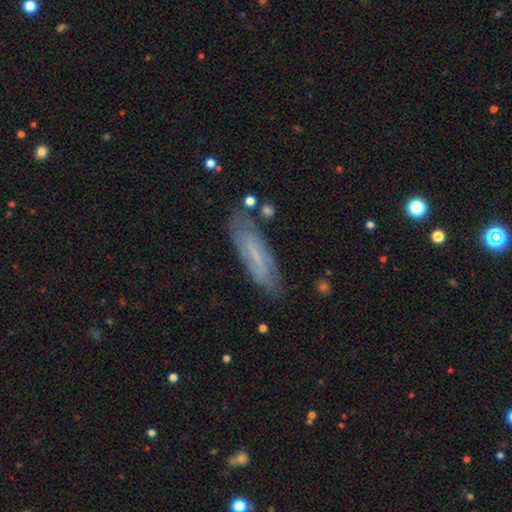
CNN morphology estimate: Smooth or featured?
  - smooth: 46% *
  - featured or disk: 45%
  - star or artifact: 9%
Merging?
  - none: 76% *
  - minor disturbance: 17%
  - major disturbance: 4%
  - merger: 3%